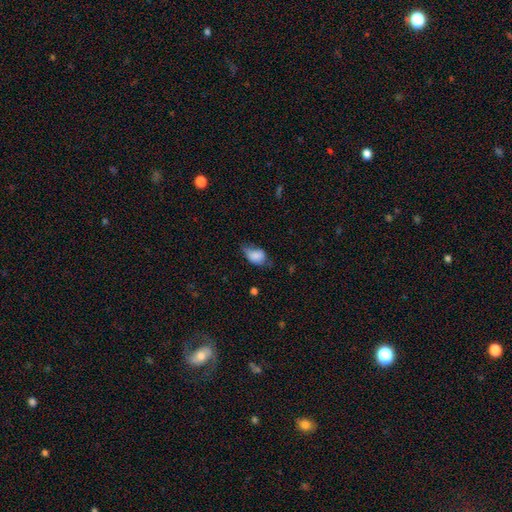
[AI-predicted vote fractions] Smooth or featured?
  - smooth: 79% *
  - featured or disk: 13%
  - star or artifact: 8%
How rounded?
  - in between: 84% *
  - round: 14%
  - cigar-shaped: 2%
Merging?
  - minor disturbance: 44% *
  - none: 31%
  - major disturbance: 22%
  - merger: 3%